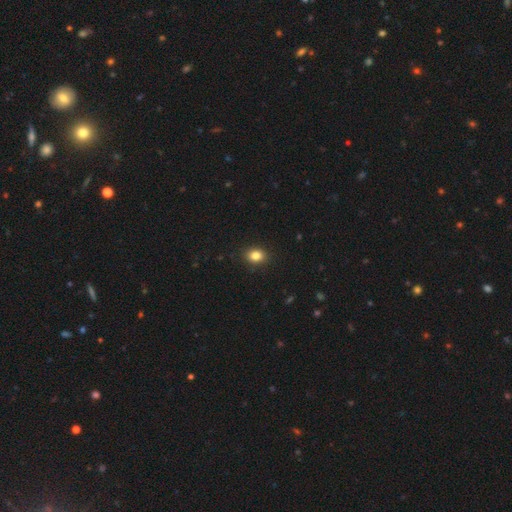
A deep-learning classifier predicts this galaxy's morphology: This appears to be a smooth galaxy with no disk features (84%) that is in between round and cigar-shaped (60%). Merging: none (89%).